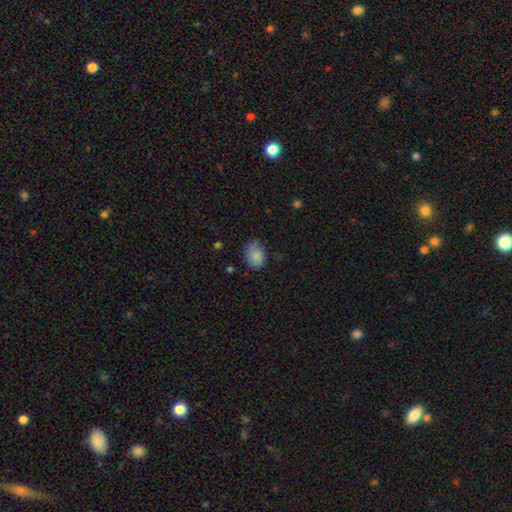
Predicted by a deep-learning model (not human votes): This appears to be a smooth galaxy with no disk features (83%) that is in between round and cigar-shaped (75%). Merging: none (61%).